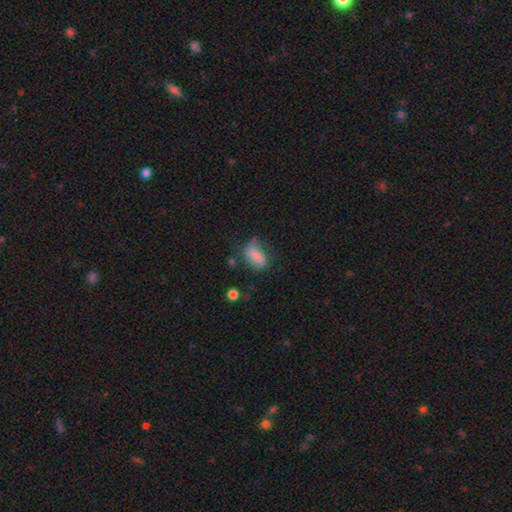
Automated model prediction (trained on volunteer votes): Smooth or featured?
  - smooth: 78% *
  - featured or disk: 12%
  - star or artifact: 10%
How rounded?
  - in between: 87% *
  - round: 7%
  - cigar-shaped: 7%
Merging?
  - none: 44% *
  - minor disturbance: 31%
  - major disturbance: 20%
  - merger: 5%